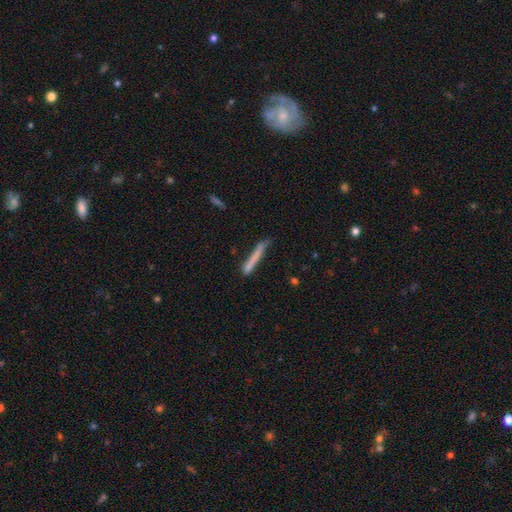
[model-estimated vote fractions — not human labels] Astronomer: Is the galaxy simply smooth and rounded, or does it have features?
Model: smooth — 69%.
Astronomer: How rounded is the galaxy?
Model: cigar-shaped — 96%.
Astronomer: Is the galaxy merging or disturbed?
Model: none — 66%.